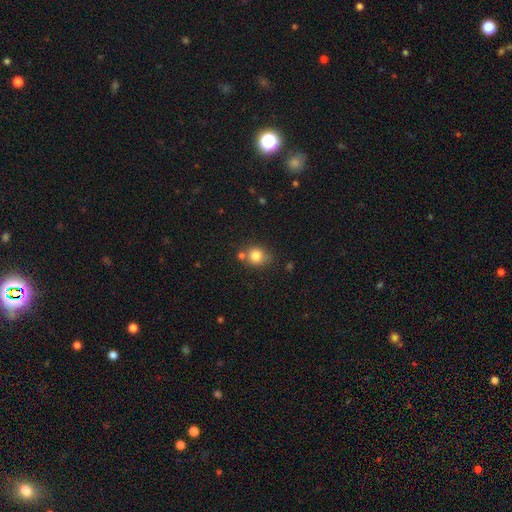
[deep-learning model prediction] Morphology: type=smooth (82%); roundness=round (75%); merging=none (65%).